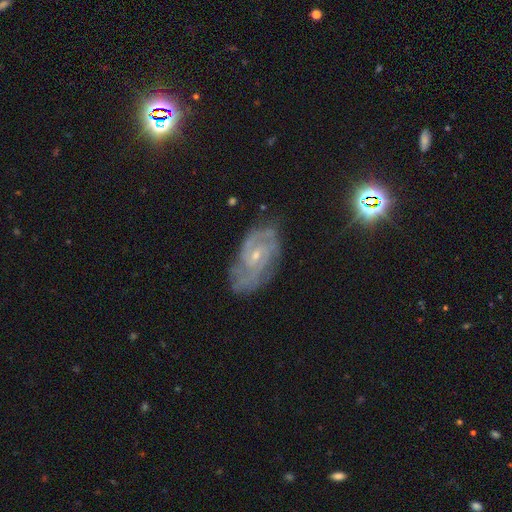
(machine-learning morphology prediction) smooth_or_featured: featured or disk (p=0.84) [alt: star or artifact p=0.08]
disk_edge_on: no (p=0.96) [alt: yes p=0.04]
bar: no (p=0.50) [alt: weak p=0.42]
has_spiral_arms: yes (p=0.96) [alt: no p=0.04]
spiral_winding: tight (p=0.50) [alt: medium p=0.40]
spiral_arm_count: 2 (p=0.47) [alt: can't tell p=0.23]
bulge_size: small (p=0.74) [alt: moderate p=0.22]
merging: none (p=0.71) [alt: minor disturbance p=0.20]